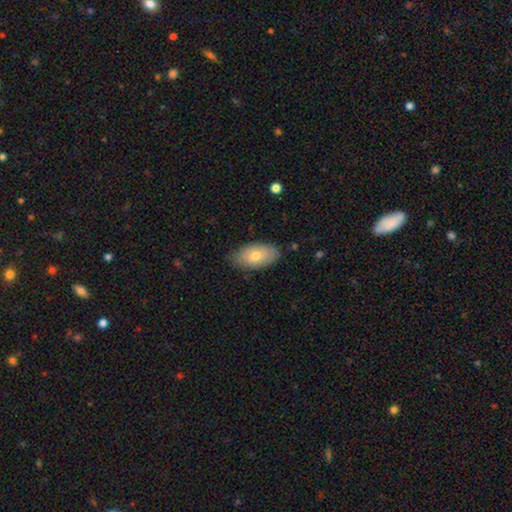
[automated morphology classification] A smooth galaxy with no disk features (71%) that is in between round and cigar-shaped (94%).

Vote fractions:
- Smooth or featured? smooth: 71% / featured or disk: 22% / star or artifact: 6%
- How rounded? in between: 94% / round: 4% / cigar-shaped: 2%
- Merging? none: 79% / minor disturbance: 17% / major disturbance: 3% / merger: 1%